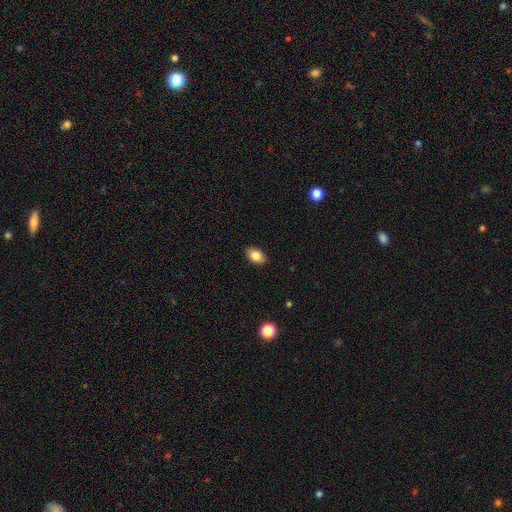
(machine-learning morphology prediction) smooth-or-featured: smooth: 84% | star or artifact: 8% | featured or disk: 8%
  how-rounded: in between: 88% | round: 11% | cigar-shaped: 1%
  merging: none: 89% | minor disturbance: 9% | major disturbance: 2% | merger: 1%